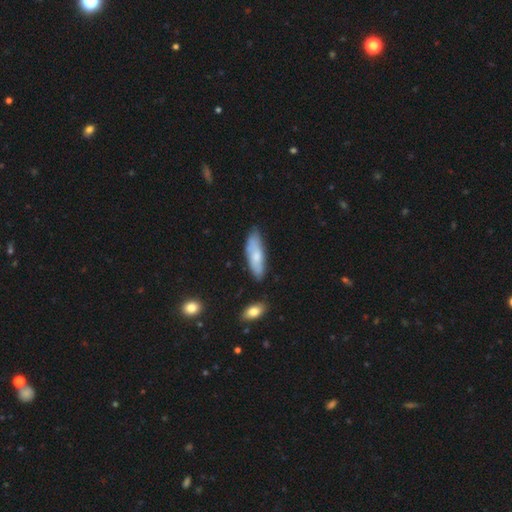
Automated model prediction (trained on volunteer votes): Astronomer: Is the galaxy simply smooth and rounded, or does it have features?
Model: smooth — 67%.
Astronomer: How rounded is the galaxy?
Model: in between — 52% (runner-up: cigar-shaped, 46%).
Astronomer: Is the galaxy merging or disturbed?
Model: none — 70%.